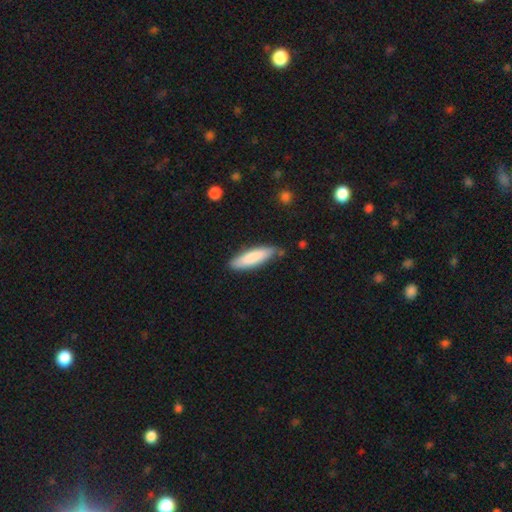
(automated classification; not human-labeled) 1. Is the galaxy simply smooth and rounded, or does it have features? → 83% smooth, 12% featured or disk, 5% star or artifact.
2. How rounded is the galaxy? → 64% cigar-shaped, 34% in between, 1% round.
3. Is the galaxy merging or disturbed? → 74% none, 20% minor disturbance, 3% major disturbance, 3% merger.